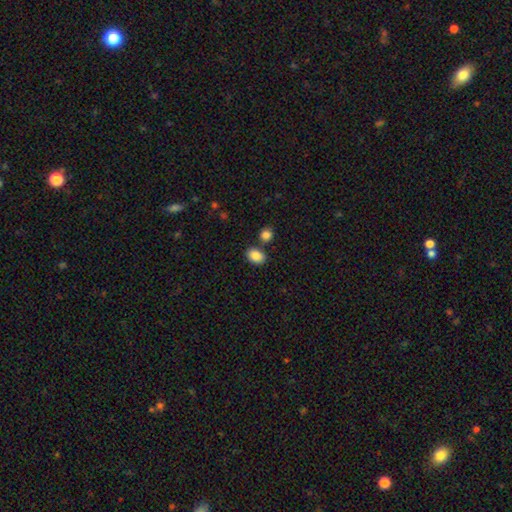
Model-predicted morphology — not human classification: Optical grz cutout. It shows a smooth galaxy with no disk features (87%) that is in between round and cigar-shaped (76%). Merging: none (75%).